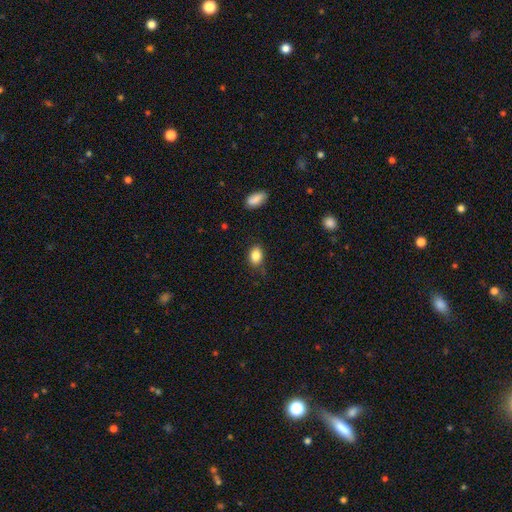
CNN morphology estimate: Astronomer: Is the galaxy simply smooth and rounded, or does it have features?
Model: smooth — 86%.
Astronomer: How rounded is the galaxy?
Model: in between — 77%.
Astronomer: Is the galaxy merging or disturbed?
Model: none — 77%.